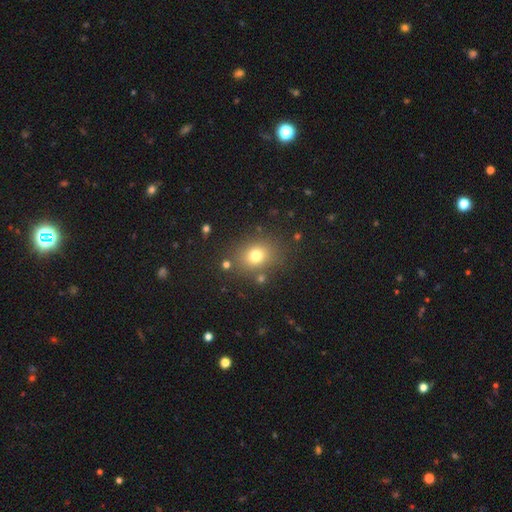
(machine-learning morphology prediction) Smooth or featured?
  - smooth: 73% *
  - star or artifact: 16%
  - featured or disk: 11%
How rounded?
  - round: 57% *
  - in between: 42%
  - cigar-shaped: 1%
Merging?
  - none: 80% *
  - minor disturbance: 11%
  - merger: 5%
  - major disturbance: 5%